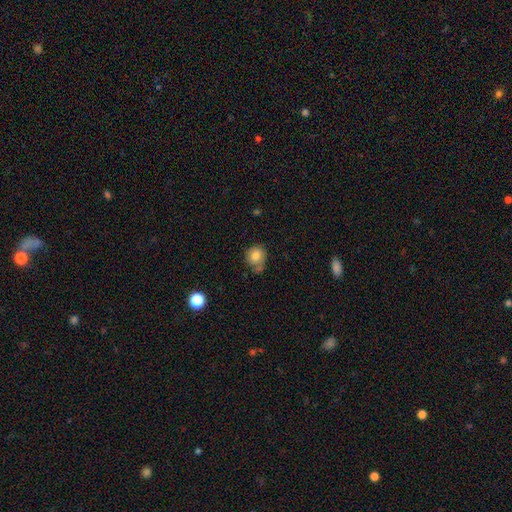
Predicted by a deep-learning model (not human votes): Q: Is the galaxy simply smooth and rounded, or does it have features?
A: smooth — 78%.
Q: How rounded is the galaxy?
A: round — 73%.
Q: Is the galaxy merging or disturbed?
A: none — 53%.